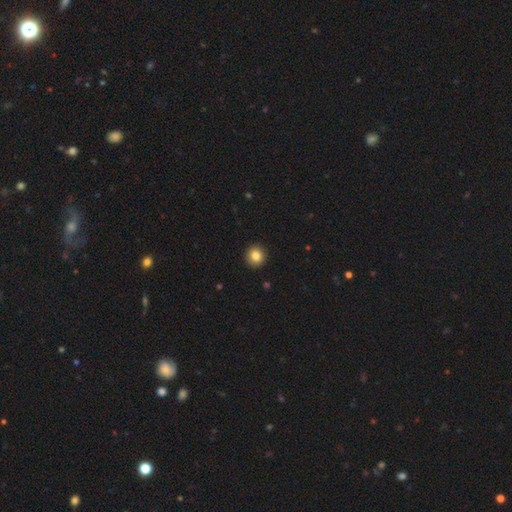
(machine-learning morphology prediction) This is clearly a smooth galaxy (84%). How rounded: clearly round (91%). Merging: clearly none (93%).